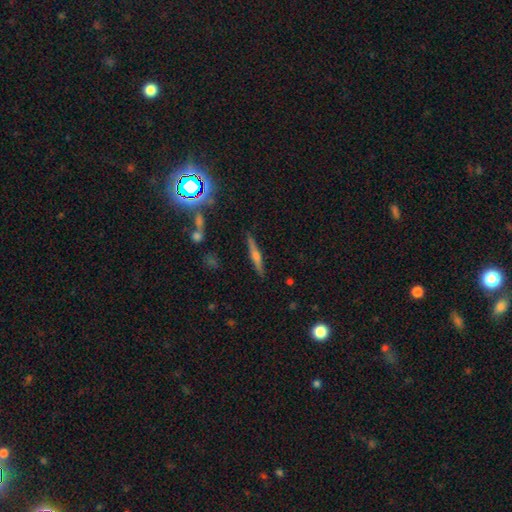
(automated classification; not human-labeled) A featured or disk galaxy (53%) viewed edge-on (96%) with a rounded central bulge (70%). Merging: none (88%).